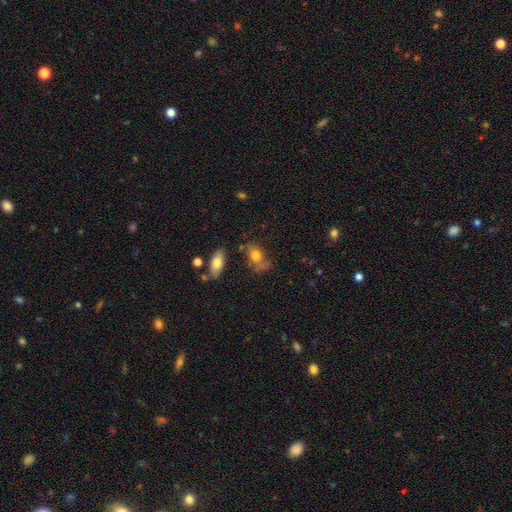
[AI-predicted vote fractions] A smooth galaxy with no disk features (74%) that is in between round and cigar-shaped (77%). Merging: none (47%).